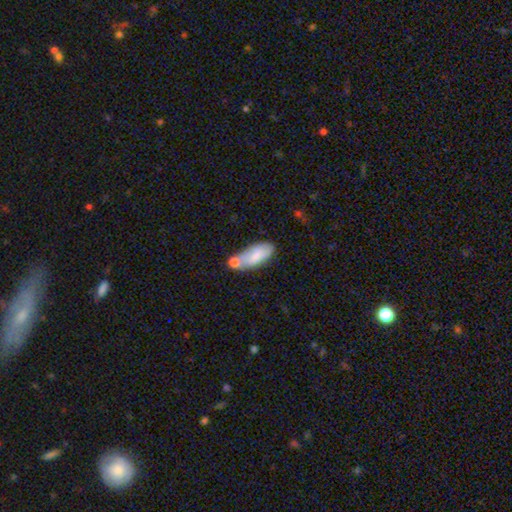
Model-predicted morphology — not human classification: A smooth galaxy with no disk features (72%) that is in between round and cigar-shaped (82%). Merging: none (42%).